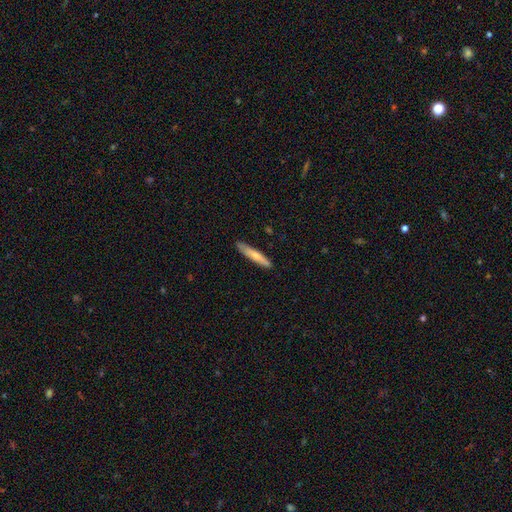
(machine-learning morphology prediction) Smooth or featured?
  - smooth: 69% *
  - featured or disk: 26%
  - star or artifact: 5%
How rounded?
  - cigar-shaped: 90% *
  - in between: 9%
  - round: 1%
Merging?
  - none: 87% *
  - minor disturbance: 11%
  - major disturbance: 2%
  - merger: 1%